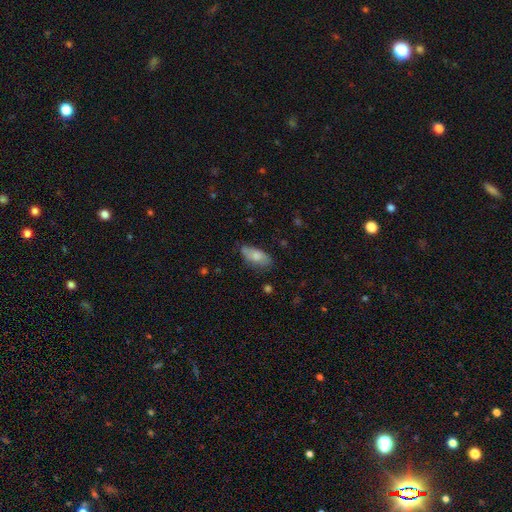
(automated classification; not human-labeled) A smooth galaxy with no disk features (74%) that is in between round and cigar-shaped (85%). Merging: none (65%).